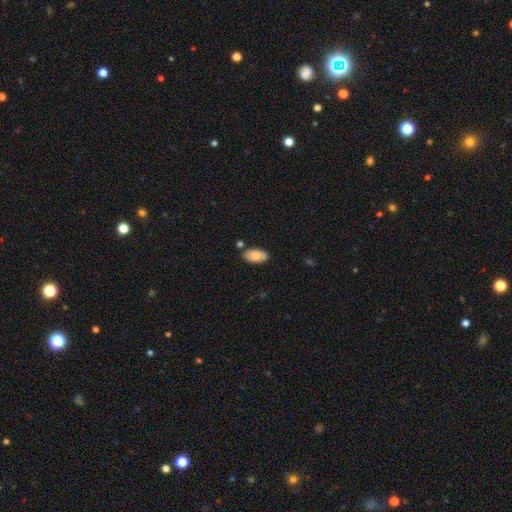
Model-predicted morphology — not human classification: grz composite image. It shows a smooth galaxy with no disk features (73%) that is in between round and cigar-shaped (94%). Merging: none (80%).